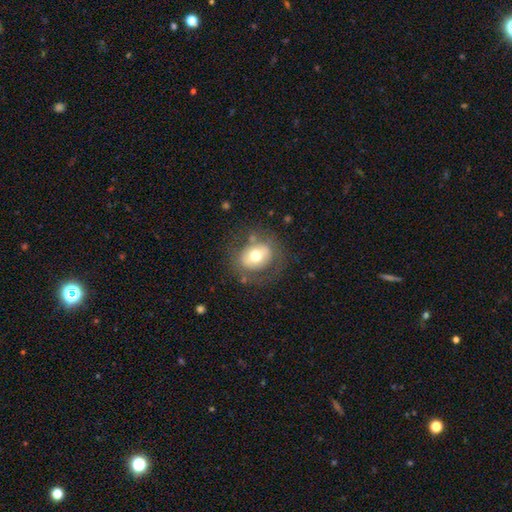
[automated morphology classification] Smooth or featured? smooth (58%)
How rounded? round (62%)
Merging? none (69%)